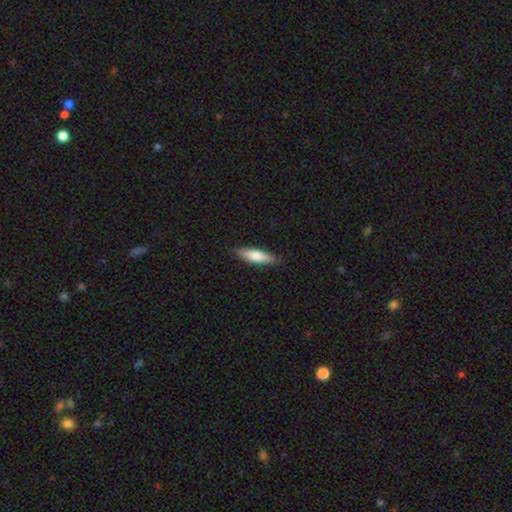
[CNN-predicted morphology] Smooth or featured: smooth — 73% (featured or disk — 22%)
How rounded: cigar-shaped — 63% (in between — 35%)
Merging: none — 86% (minor disturbance — 11%)